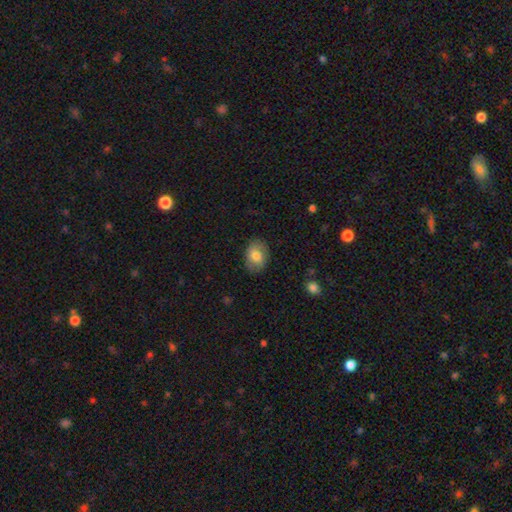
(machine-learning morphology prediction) The model was most divided on "how rounded": in between: 70%, round: 29%, cigar-shaped: 1%. More confident: merging — none (82%); smooth or featured — smooth (76%).